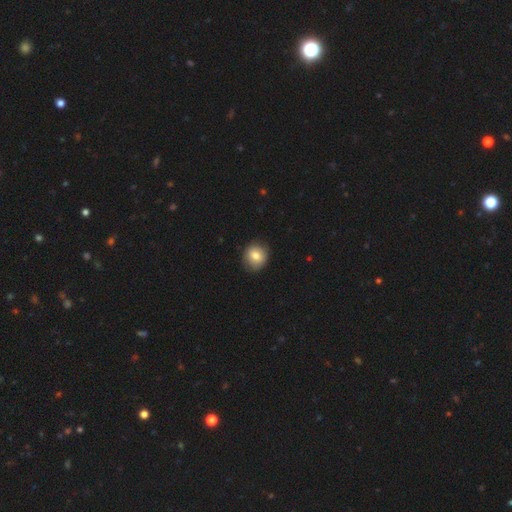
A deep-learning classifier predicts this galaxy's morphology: This is likely a smooth galaxy (79%). How rounded: clearly round (82%). Merging: clearly none (85%).